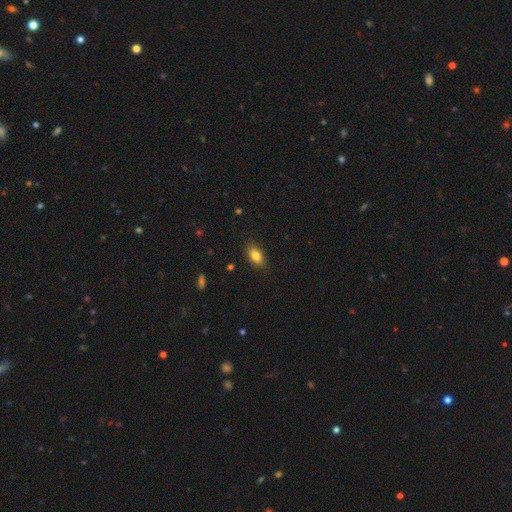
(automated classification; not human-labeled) smooth_or_featured: smooth (p=0.82) [alt: featured or disk p=0.09]
how_rounded: in between (p=0.86) [alt: round p=0.10]
merging: none (p=0.83) [alt: minor disturbance p=0.13]